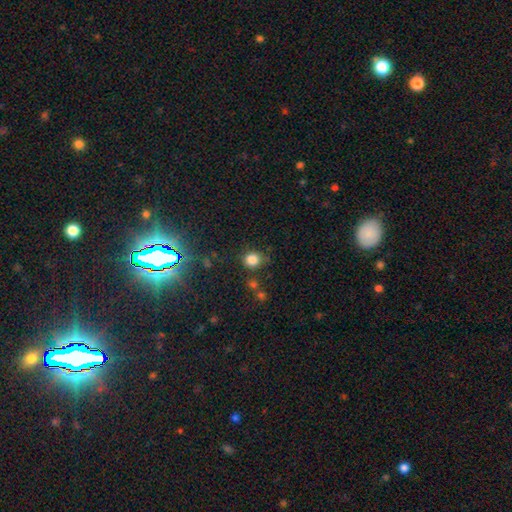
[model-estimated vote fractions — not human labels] Smooth or featured?
  - star or artifact: 72% *
  - smooth: 18%
  - featured or disk: 10%